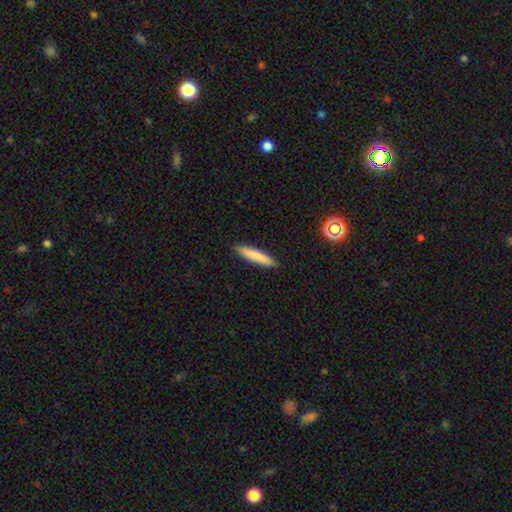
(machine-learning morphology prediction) The model was most divided on "smooth or featured": smooth: 83%, featured or disk: 11%, star or artifact: 6%. More confident: merging — none (91%); how rounded — cigar-shaped (89%).